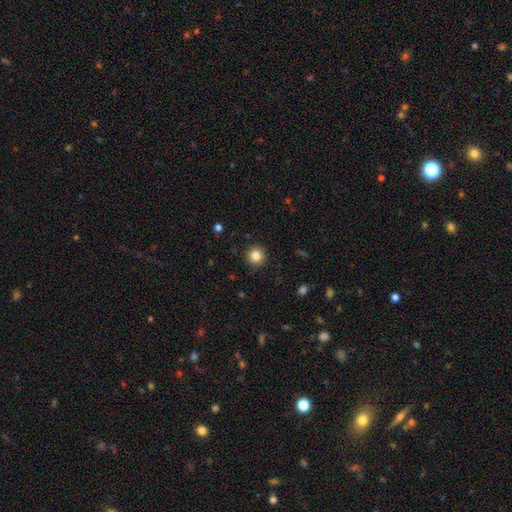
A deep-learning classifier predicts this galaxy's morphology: This is clearly a smooth galaxy (85%). How rounded: clearly round (95%). Merging: clearly none (91%).